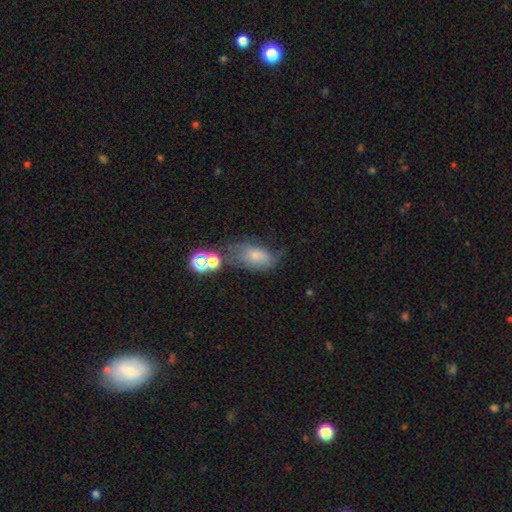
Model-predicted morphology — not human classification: This is likely a smooth galaxy (65%). How rounded: clearly in between (87%). Merging: marginally none (36%).